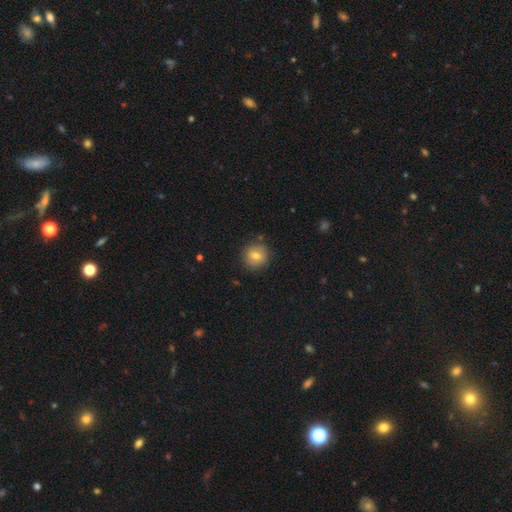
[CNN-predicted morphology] smooth 74%, featured or disk 16%, star or artifact 10%. Down the decision tree: how rounded — round (90%); merging — none (85%).